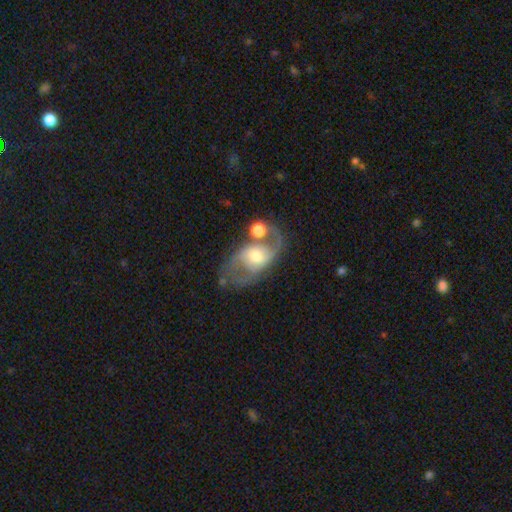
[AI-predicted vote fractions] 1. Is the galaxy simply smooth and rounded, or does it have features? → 73% featured or disk, 21% smooth, 7% star or artifact.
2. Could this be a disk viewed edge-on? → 95% no, 5% yes.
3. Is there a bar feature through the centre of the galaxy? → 50% no, 39% weak, 11% strong.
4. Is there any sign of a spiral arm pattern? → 83% yes, 17% no.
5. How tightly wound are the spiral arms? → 46% medium, 41% loose, 13% tight.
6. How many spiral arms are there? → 79% 2, 9% can't tell, 8% 1, 2% 3, 1% 4, 1% more than 4.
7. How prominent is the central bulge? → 54% moderate, 23% small, 17% large, 3% none, 2% dominant.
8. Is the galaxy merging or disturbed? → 39% none, 25% merger, 18% major disturbance, 17% minor disturbance.